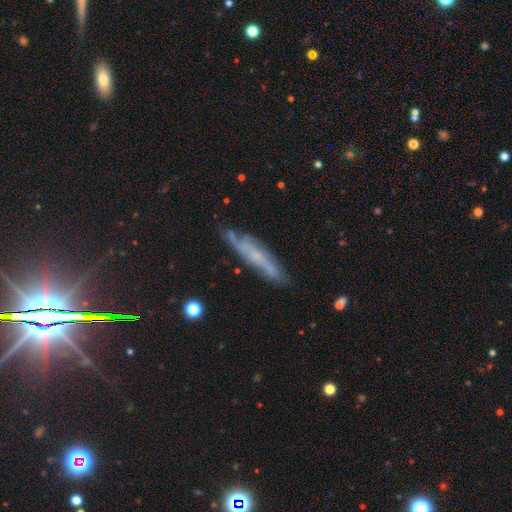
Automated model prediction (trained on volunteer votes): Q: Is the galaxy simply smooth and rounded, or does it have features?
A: featured or disk — 55%.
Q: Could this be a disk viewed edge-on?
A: yes — 56%.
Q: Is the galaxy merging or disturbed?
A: none — 71%.